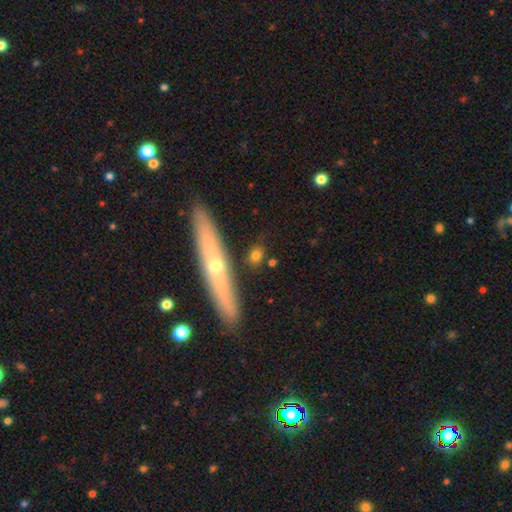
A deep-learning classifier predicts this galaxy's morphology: The model was most divided on "how rounded": round: 40%, in between: 33%, cigar-shaped: 26%. More confident: merging — none (80%); smooth or featured — smooth (66%).